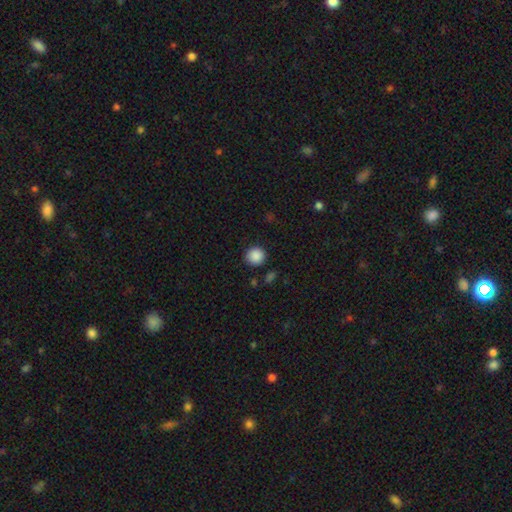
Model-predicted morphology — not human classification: A smooth galaxy with no disk features (88%) that is round (93%). Merging: none (89%).